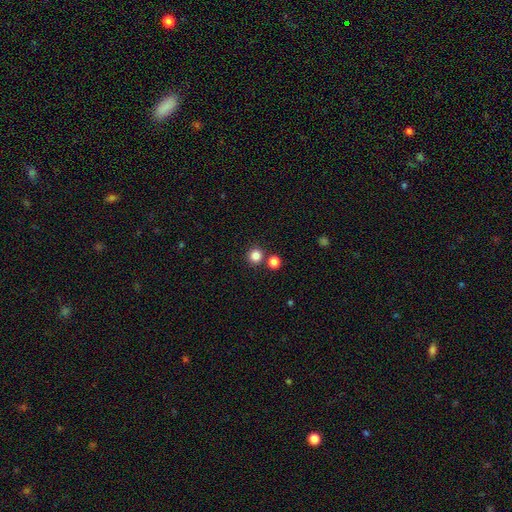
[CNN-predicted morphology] smooth-or-featured: smooth: 84% | star or artifact: 13% | featured or disk: 4%
  how-rounded: round: 93% | in between: 6% | cigar-shaped: 1%
  merging: none: 78% | merger: 13% | minor disturbance: 6% | major disturbance: 2%